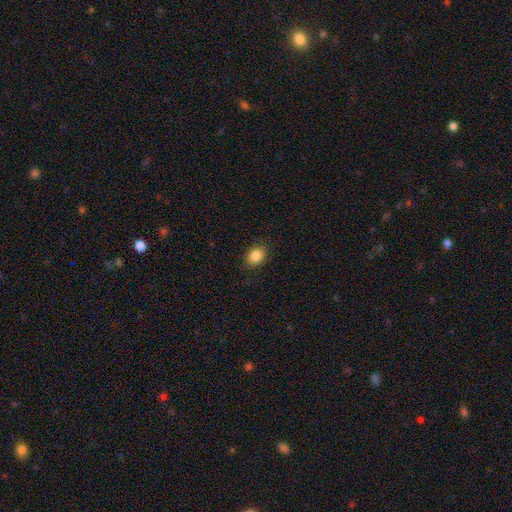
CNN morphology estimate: Smooth or featured? Predicted: smooth (p=0.86). How rounded? Predicted: in between (p=0.61). Merging? Predicted: none (p=0.86).